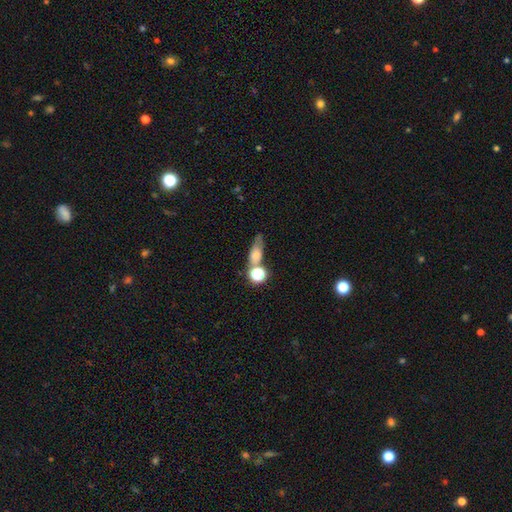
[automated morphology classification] Q: Smooth or featured?
A: smooth (63%); runner-up: featured or disk (21%)
Q: How rounded?
A: in between (46%); runner-up: cigar-shaped (28%)
Q: Merging?
A: none (45%); runner-up: merger (28%)